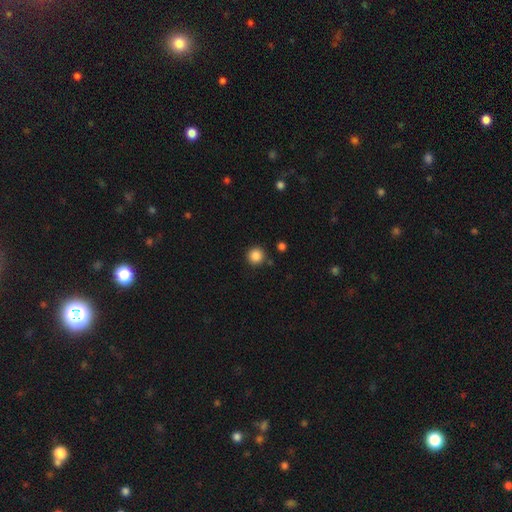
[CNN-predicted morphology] A smooth galaxy with no disk features (87%) that is round (94%). Merging: none (88%).